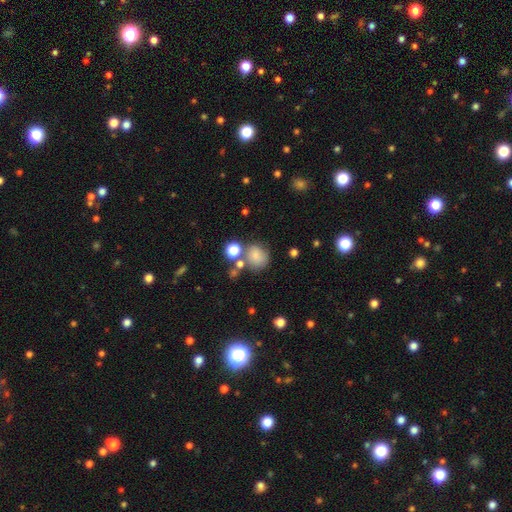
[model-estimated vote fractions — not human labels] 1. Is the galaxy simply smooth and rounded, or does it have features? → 76% smooth, 14% star or artifact, 10% featured or disk.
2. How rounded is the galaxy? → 77% round, 22% in between, 1% cigar-shaped.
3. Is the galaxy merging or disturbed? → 60% none, 17% merger, 16% minor disturbance, 7% major disturbance.